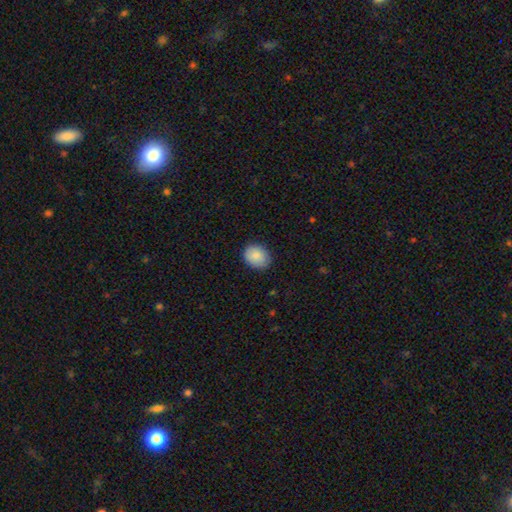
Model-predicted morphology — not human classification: type=smooth (88%); roundness=in between (56%); merging=none (85%).